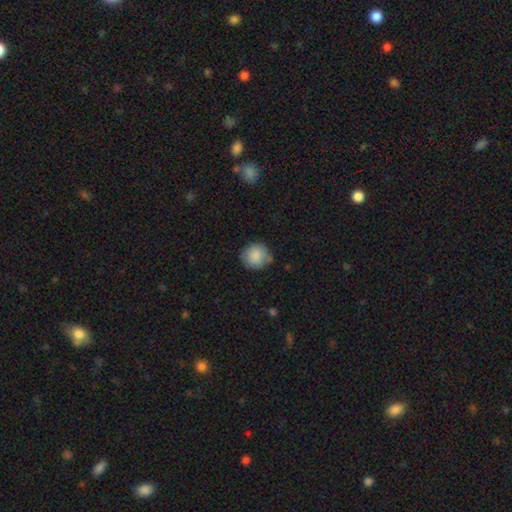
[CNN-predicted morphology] smooth 88%, star or artifact 7%, featured or disk 5%. Down the decision tree: how rounded — round (88%); merging — none (77%).